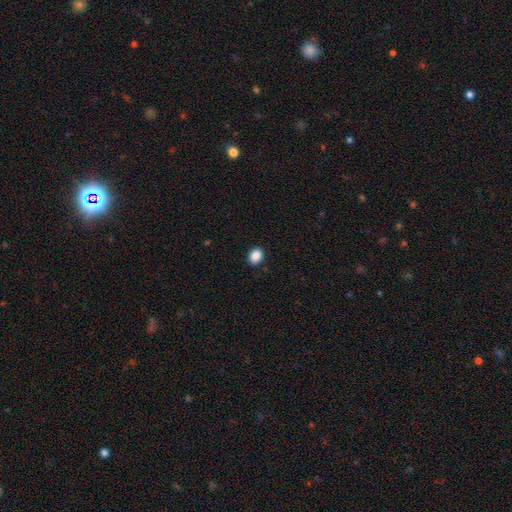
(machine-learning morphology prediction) smooth 88%, star or artifact 9%, featured or disk 3%. Down the decision tree: how rounded — in between (57%); merging — none (90%).